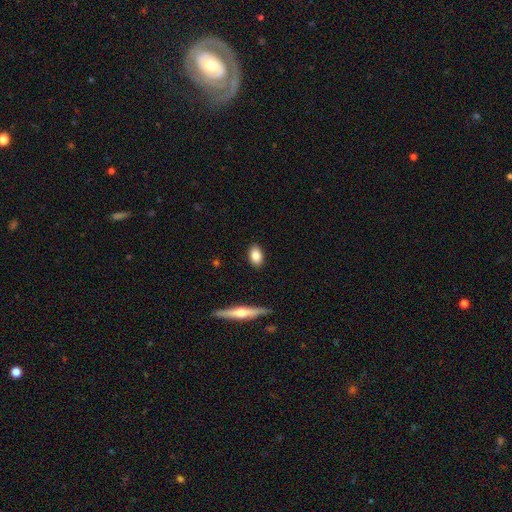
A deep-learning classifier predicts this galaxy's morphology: A smooth galaxy with no disk features (83%) that is in between round and cigar-shaped (86%).

Vote fractions:
- Smooth or featured? smooth: 83% / featured or disk: 11% / star or artifact: 7%
- How rounded? in between: 86% / round: 10% / cigar-shaped: 4%
- Merging? none: 89% / minor disturbance: 8% / major disturbance: 2% / merger: 1%